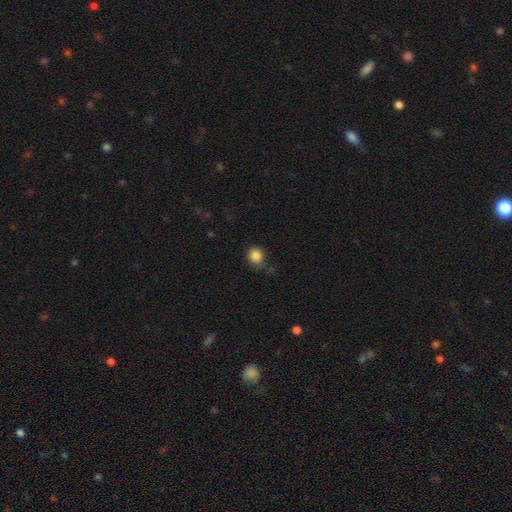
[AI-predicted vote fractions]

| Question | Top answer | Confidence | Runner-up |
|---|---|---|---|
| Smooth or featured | smooth | 86% | star or artifact (10%) |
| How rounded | round | 80% | in between (19%) |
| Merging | none | 79% | minor disturbance (15%) |